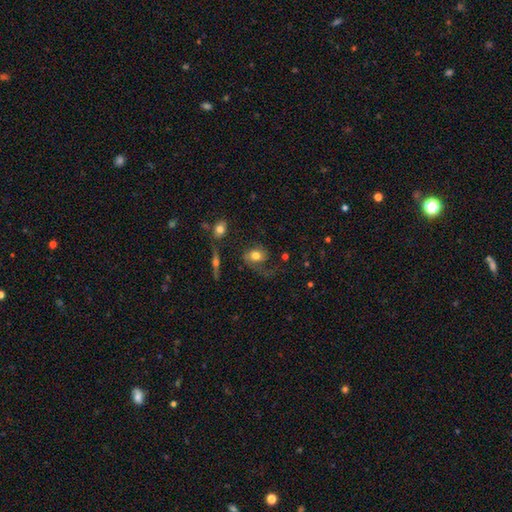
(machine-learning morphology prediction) Smooth or featured?
  - featured or disk: 46% *
  - smooth: 45%
  - star or artifact: 9%
Merging?
  - none: 41% *
  - major disturbance: 36%
  - minor disturbance: 19%
  - merger: 4%